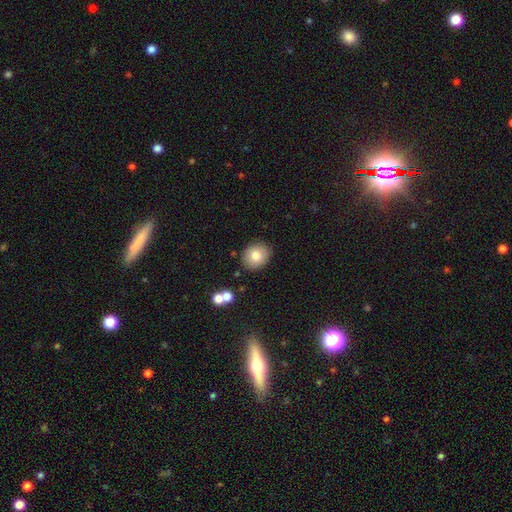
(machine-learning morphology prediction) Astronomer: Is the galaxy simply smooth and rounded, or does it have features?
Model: smooth — 79%.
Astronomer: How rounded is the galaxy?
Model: round — 69%.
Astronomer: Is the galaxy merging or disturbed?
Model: none — 86%.